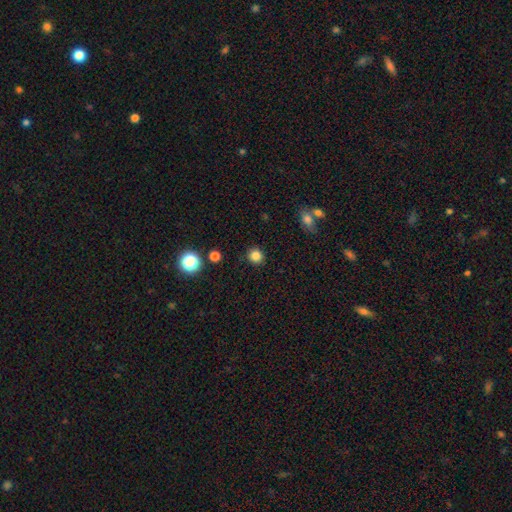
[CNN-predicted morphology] A smooth galaxy with no disk features (83%) that is round (91%).

Vote fractions:
- Smooth or featured? smooth: 83% / star or artifact: 13% / featured or disk: 4%
- How rounded? round: 91% / in between: 8% / cigar-shaped: 1%
- Merging? none: 89% / minor disturbance: 7% / major disturbance: 2% / merger: 2%